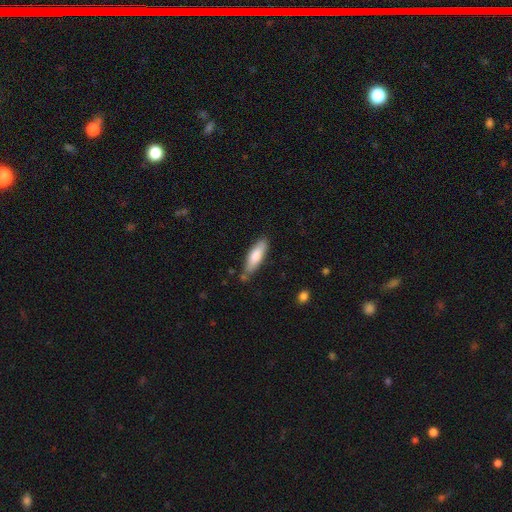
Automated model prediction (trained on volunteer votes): smooth_or_featured: smooth (p=0.77) [alt: featured or disk p=0.17]
how_rounded: cigar-shaped (p=0.53) [alt: in between p=0.45]
merging: none (p=0.75) [alt: minor disturbance p=0.18]